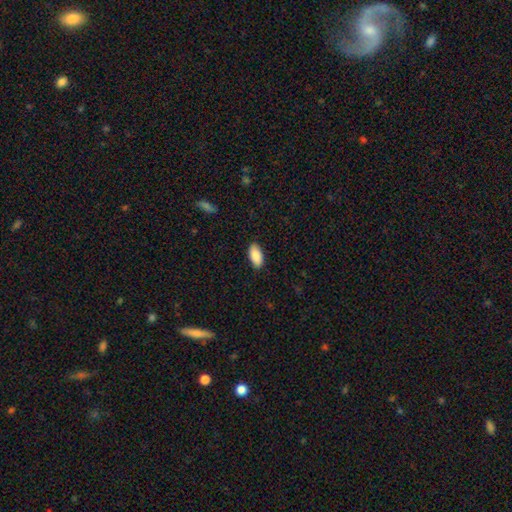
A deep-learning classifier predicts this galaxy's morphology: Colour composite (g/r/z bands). It shows a smooth galaxy with no disk features (90%) that is in between round and cigar-shaped (93%). Merging: none (88%).